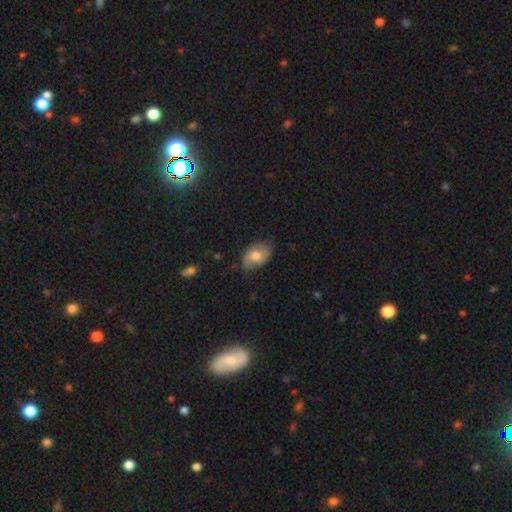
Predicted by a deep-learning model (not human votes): smooth 55%, featured or disk 37%, star or artifact 8%. Down the decision tree: how rounded — in between (84%); merging — none (66%).